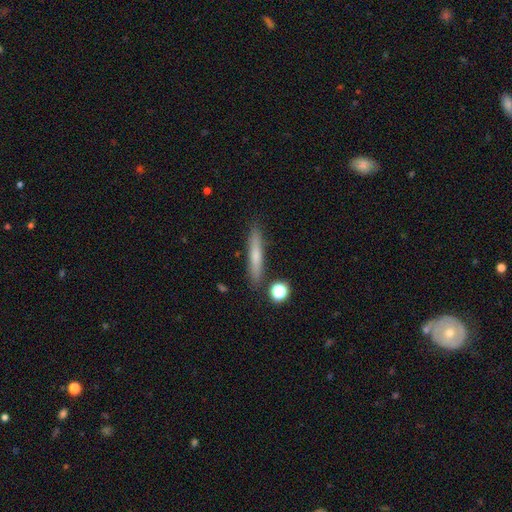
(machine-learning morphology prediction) This appears to be a smooth galaxy with no disk features (61%) that is cigar-shaped (92%). Merging: none (85%).